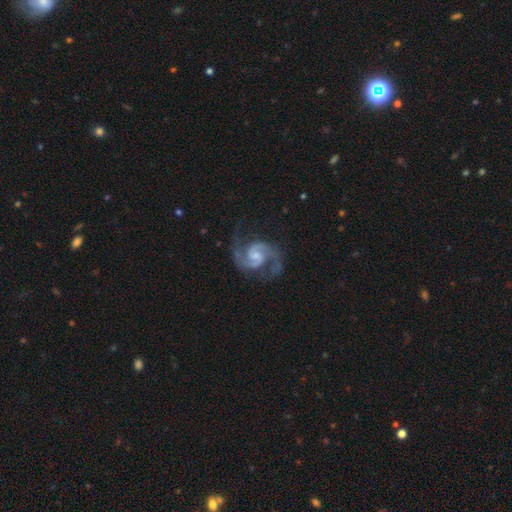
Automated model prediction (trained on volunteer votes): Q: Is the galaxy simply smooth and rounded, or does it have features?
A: featured or disk — 93%.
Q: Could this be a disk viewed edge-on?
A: no — 98%.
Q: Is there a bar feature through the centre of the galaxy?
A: no — 46%, tied with weak.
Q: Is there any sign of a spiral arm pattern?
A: yes — 99%.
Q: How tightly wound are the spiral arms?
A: medium — 64%.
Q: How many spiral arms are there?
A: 2 — 93%.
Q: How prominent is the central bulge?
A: small — 41%.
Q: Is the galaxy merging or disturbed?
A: none — 74%.